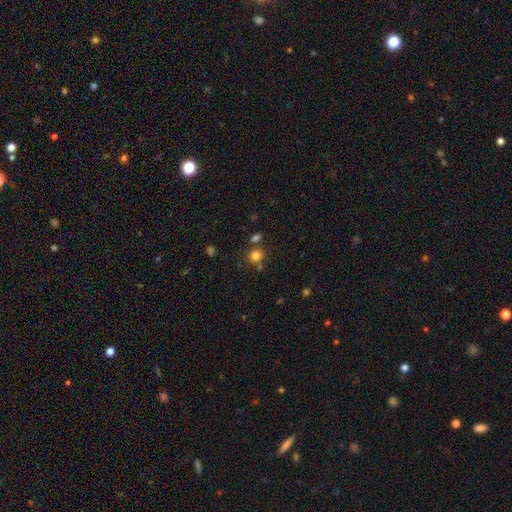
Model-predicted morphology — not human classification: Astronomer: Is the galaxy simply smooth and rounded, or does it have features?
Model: smooth — 78%.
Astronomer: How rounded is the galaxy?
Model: round — 82%.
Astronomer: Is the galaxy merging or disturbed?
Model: none — 70%.